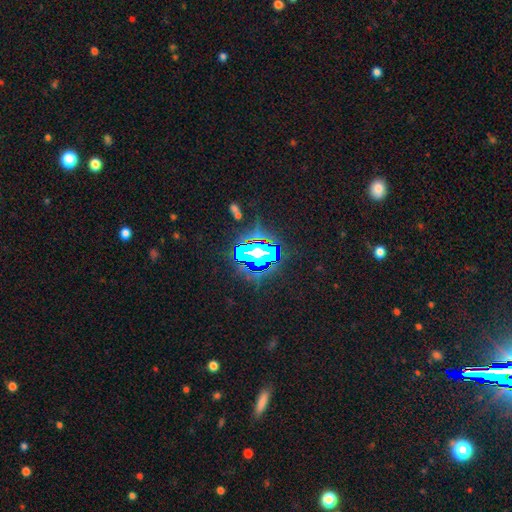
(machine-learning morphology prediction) The model was most divided on "smooth or featured": star or artifact: 81%, smooth: 12%, featured or disk: 8%.